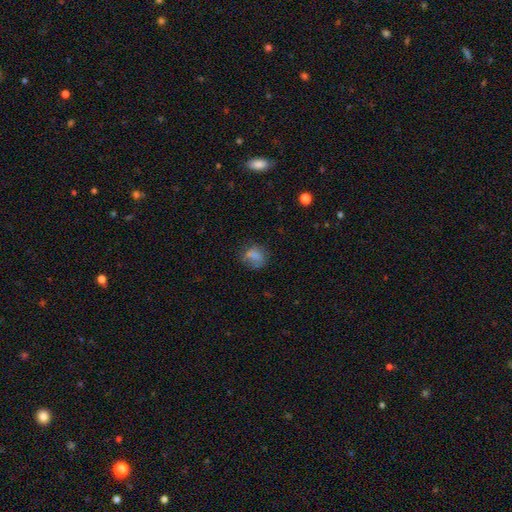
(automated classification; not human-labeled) This appears to be a smooth galaxy with no disk features (68%) that is round (52%). Merging: none (60%).